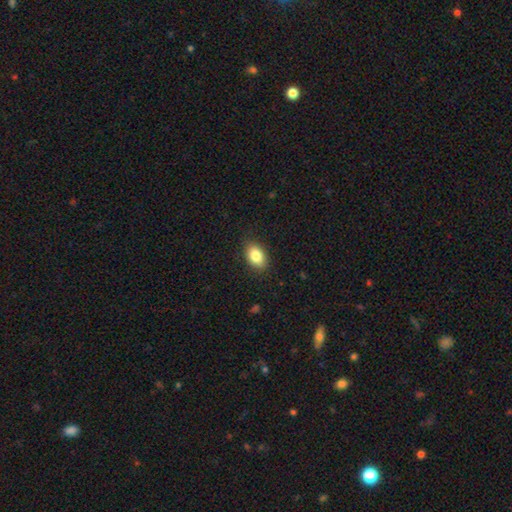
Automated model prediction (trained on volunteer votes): Smooth or featured? smooth (85%)
How rounded? in between (87%)
Merging? none (86%)